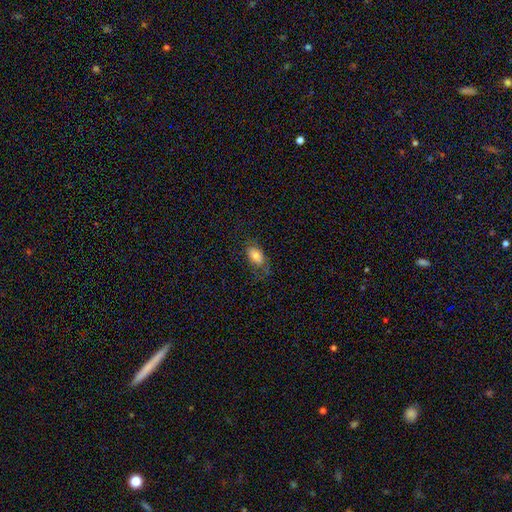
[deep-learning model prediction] This is likely a smooth galaxy (75%). How rounded: clearly in between (91%). Merging: possibly none (57%).